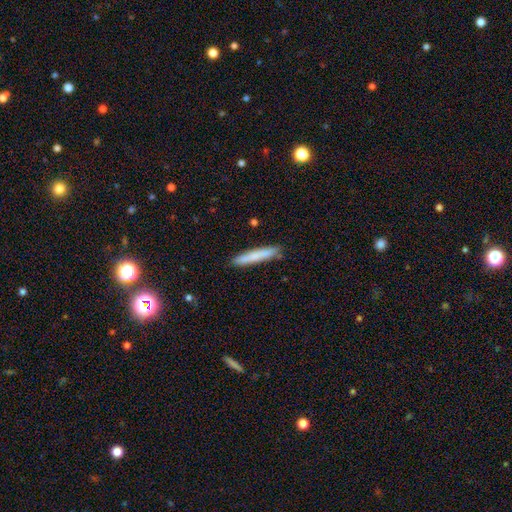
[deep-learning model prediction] A smooth galaxy with no disk features (76%) that is cigar-shaped (94%). Merging: none (89%).